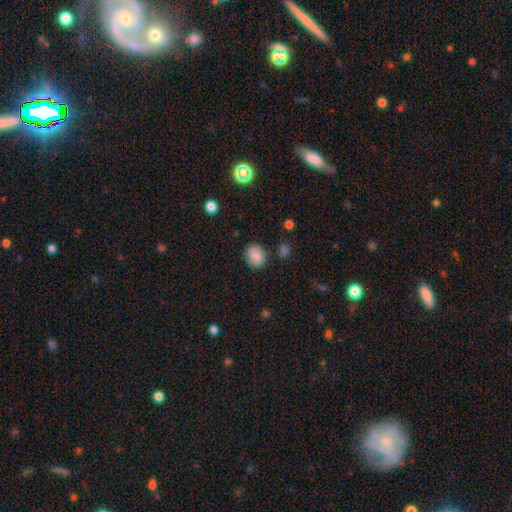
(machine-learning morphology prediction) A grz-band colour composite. It shows a smooth galaxy with no disk features (85%) that is round (58%). Merging: none (81%).